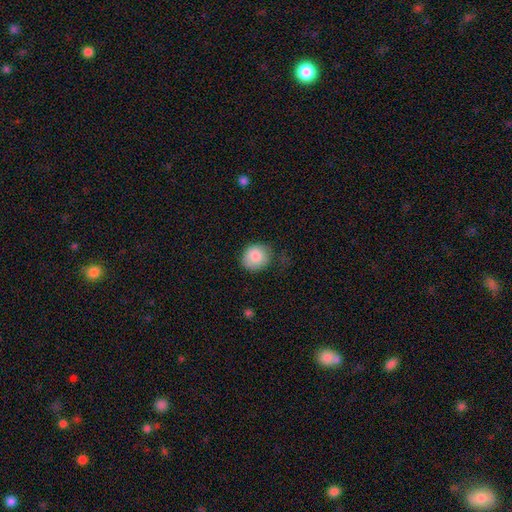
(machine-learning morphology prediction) smooth_or_featured: smooth (p=0.86) [alt: star or artifact p=0.08]
how_rounded: round (p=0.74) [alt: in between p=0.25]
merging: none (p=0.65) [alt: minor disturbance p=0.25]